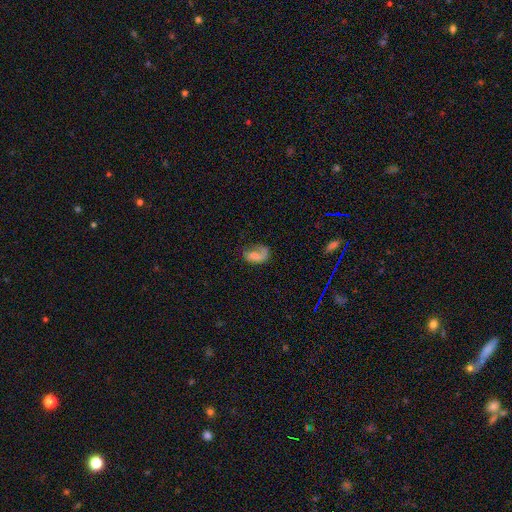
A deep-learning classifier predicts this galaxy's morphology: A smooth galaxy with no disk features (56%) that is in between round and cigar-shaped (87%).

Vote fractions:
- Smooth or featured? smooth: 56% / featured or disk: 34% / star or artifact: 11%
- How rounded? in between: 87% / round: 10% / cigar-shaped: 2%
- Merging? major disturbance: 39% / none: 33% / minor disturbance: 24% / merger: 4%